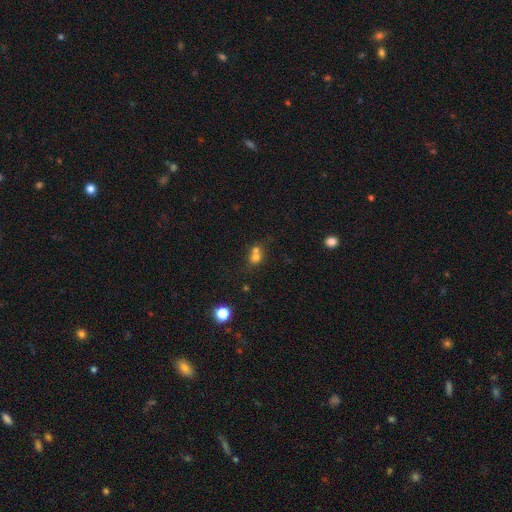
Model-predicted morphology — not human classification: smooth_or_featured: smooth (p=0.69) [alt: star or artifact p=0.16]
how_rounded: round (p=0.74) [alt: in between p=0.25]
merging: merger (p=0.57) [alt: none p=0.34]